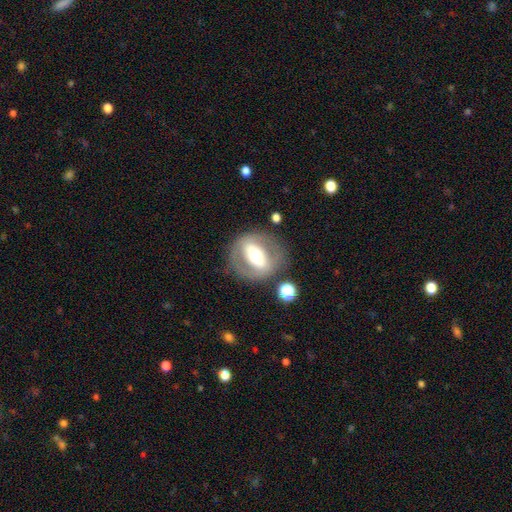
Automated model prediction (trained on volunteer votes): Morphology: type=featured or disk (62%); edge-on=no (87%); bar=strong (58%); spiral arms=no (75%); bulge=moderate (60%); merging=none (76%).